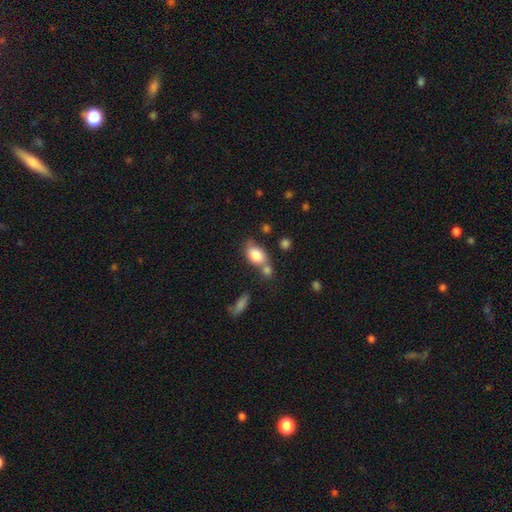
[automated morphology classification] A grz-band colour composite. It shows a smooth galaxy with no disk features (82%) that is in between round and cigar-shaped (85%). Merging: none (48%).